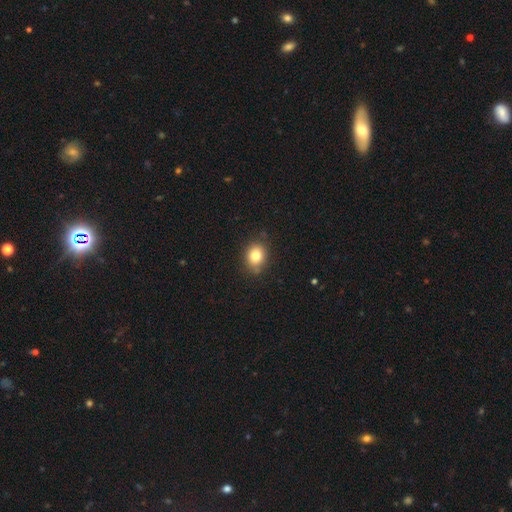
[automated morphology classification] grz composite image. It shows a smooth galaxy with no disk features (81%) that is round (55%). Merging: none (82%).